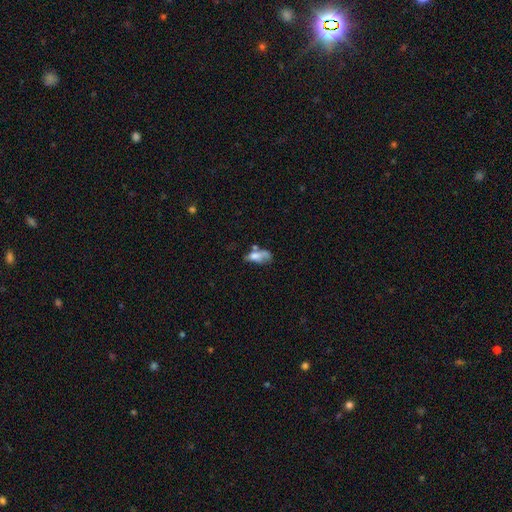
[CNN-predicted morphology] Smooth or featured?
  - smooth: 59% *
  - featured or disk: 31%
  - star or artifact: 11%
How rounded?
  - in between: 80% *
  - cigar-shaped: 13%
  - round: 7%
Merging?
  - major disturbance: 29% * (tied)
  - merger: 29% * (tied)
  - none: 24%
  - minor disturbance: 18%